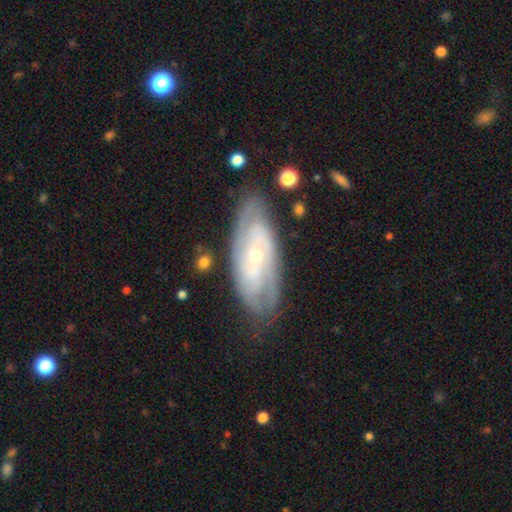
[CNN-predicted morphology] This is clearly a featured or disk galaxy (82%). It is clearly not viewed edge-on (90%). Bar: likely no (62%). Spiral arm pattern: clearly yes (92%). Spiral arm count: marginally 2 (37%). Spiral winding: likely tight (65%). Central bulge: likely small (61%). Merging: likely none (78%).